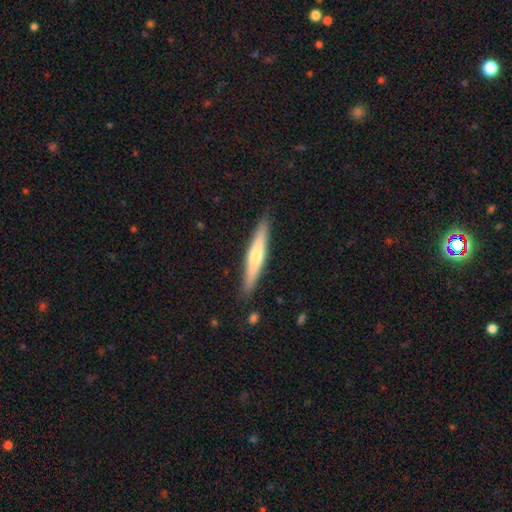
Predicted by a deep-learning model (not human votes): smooth-or-featured: featured or disk: 49% | smooth: 46% | star or artifact: 5%
  merging: none: 89% | minor disturbance: 8% | major disturbance: 2% | merger: 1%